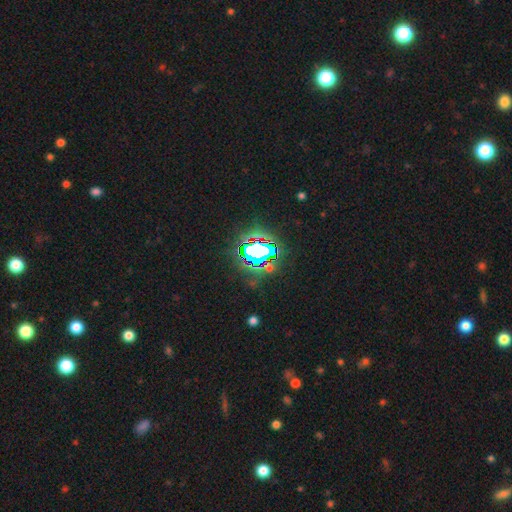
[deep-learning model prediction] A star or artifact, not a galaxy (78%).

Vote fractions:
- Smooth or featured? star or artifact: 78% / smooth: 13% / featured or disk: 9%